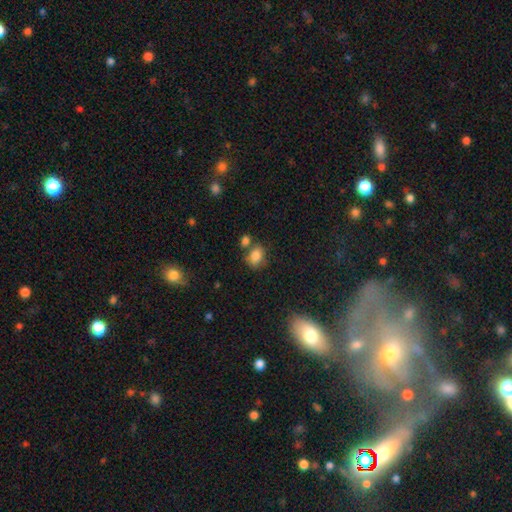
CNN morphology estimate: Smooth or featured? smooth (81%)
How rounded? in between (62%)
Merging? none (57%)